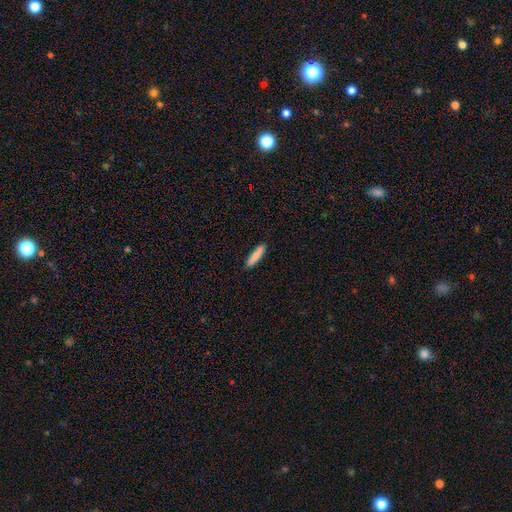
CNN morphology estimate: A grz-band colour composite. It shows a smooth galaxy with no disk features (83%) that is cigar-shaped (86%). Merging: none (90%).